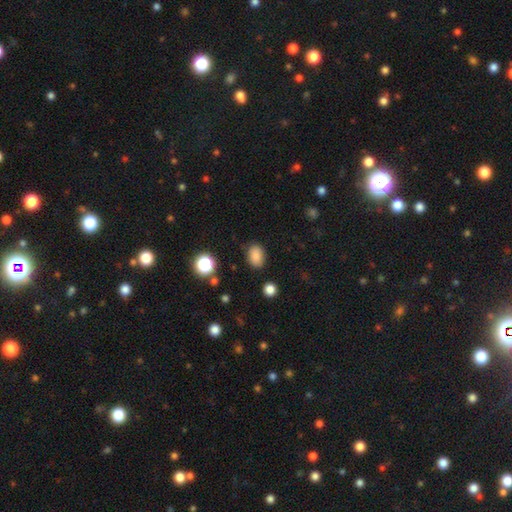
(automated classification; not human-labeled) smooth_or_featured: smooth (p=0.85) [alt: star or artifact p=0.11]
how_rounded: in between (p=0.79) [alt: round p=0.20]
merging: none (p=0.83) [alt: minor disturbance p=0.12]